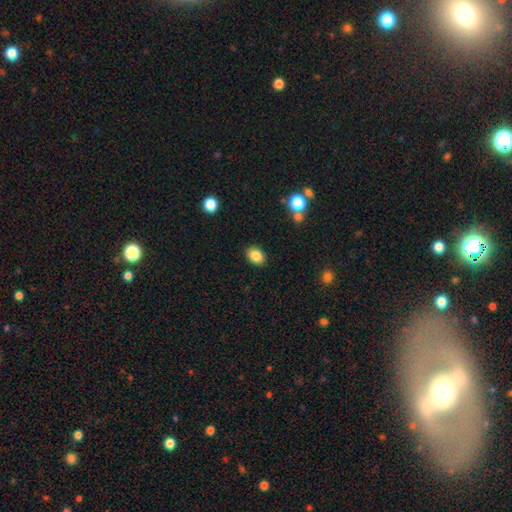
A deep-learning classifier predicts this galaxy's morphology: Smooth or featured: smooth — 86% (star or artifact — 9%)
How rounded: in between — 73% (round — 26%)
Merging: none — 88% (minor disturbance — 8%)